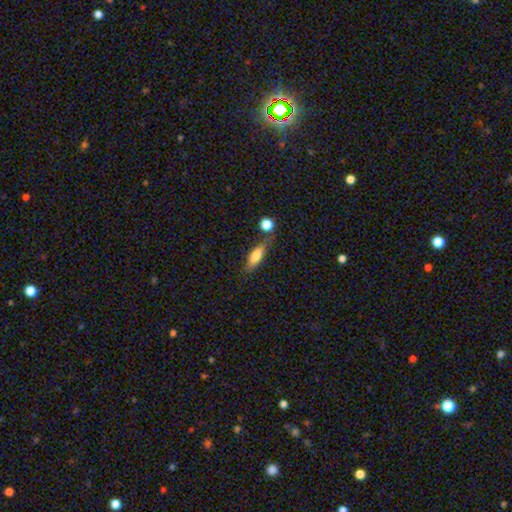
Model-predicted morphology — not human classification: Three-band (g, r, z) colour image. It shows a smooth galaxy with no disk features (71%) that is in between round and cigar-shaped (57%). Merging: none (61%).